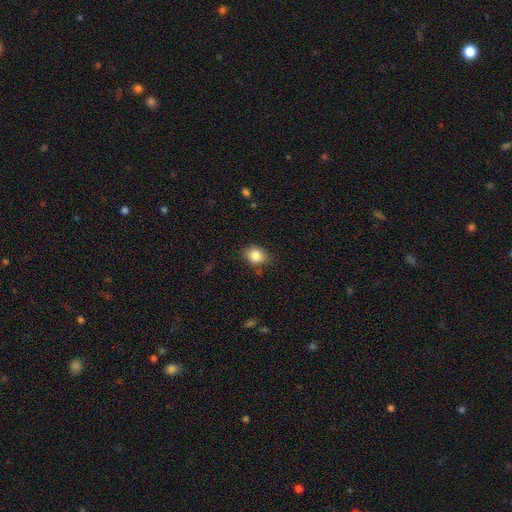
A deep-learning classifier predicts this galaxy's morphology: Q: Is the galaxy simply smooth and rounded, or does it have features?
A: smooth — 85%.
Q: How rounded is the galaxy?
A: in between — 53%.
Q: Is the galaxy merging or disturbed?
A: none — 82%.